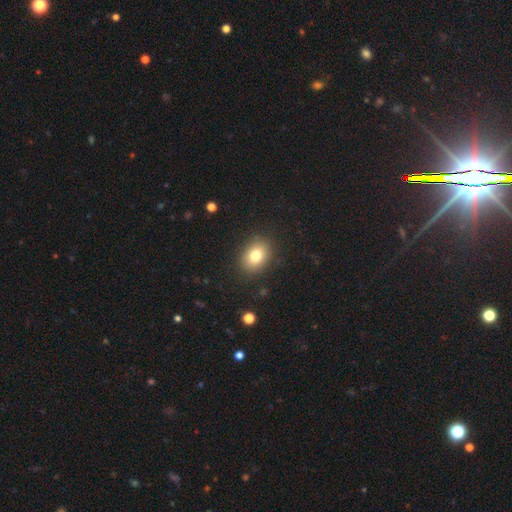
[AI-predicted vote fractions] Morphology: type=smooth (79%); roundness=in between (63%); merging=none (88%).